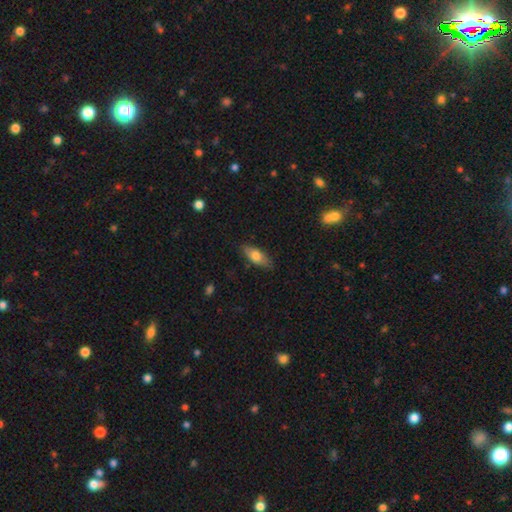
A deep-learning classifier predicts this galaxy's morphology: This is likely a smooth galaxy (72%). How rounded: likely in between (78%). Merging: clearly none (83%).